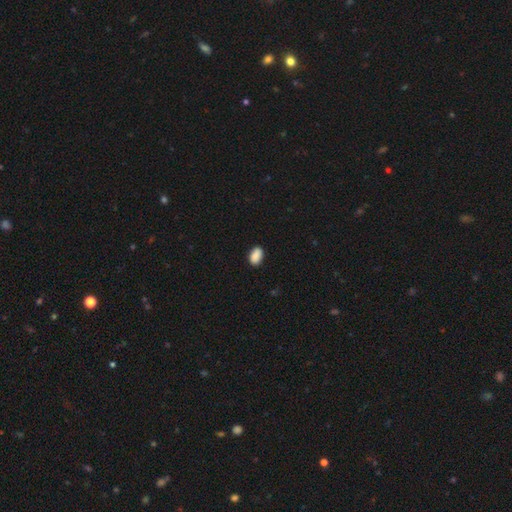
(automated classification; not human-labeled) smooth 89%, star or artifact 8%, featured or disk 3%. Down the decision tree: how rounded — in between (90%); merging — none (84%).